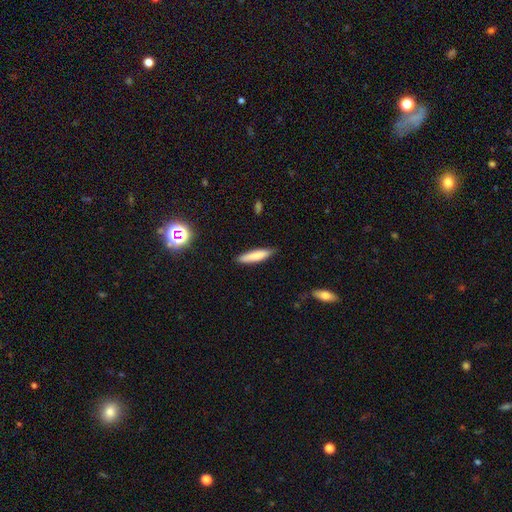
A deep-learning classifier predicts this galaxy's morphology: The model was most divided on "how rounded": cigar-shaped: 79%, in between: 19%, round: 1%. More confident: merging — none (84%); smooth or featured — smooth (78%).